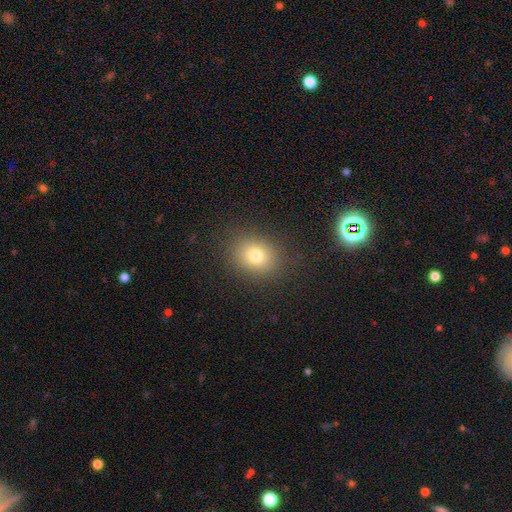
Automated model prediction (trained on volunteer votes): Smooth or featured? smooth (76%)
How rounded? round (57%)
Merging? none (87%)